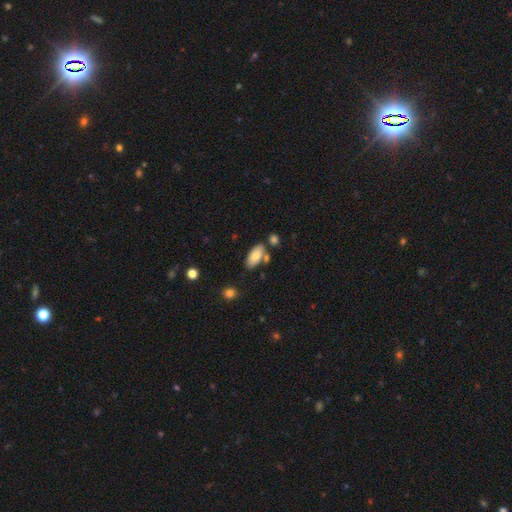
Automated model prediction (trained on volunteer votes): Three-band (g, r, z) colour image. It shows a smooth galaxy with no disk features (80%) that is in between round and cigar-shaped (91%). Merging: none (70%).